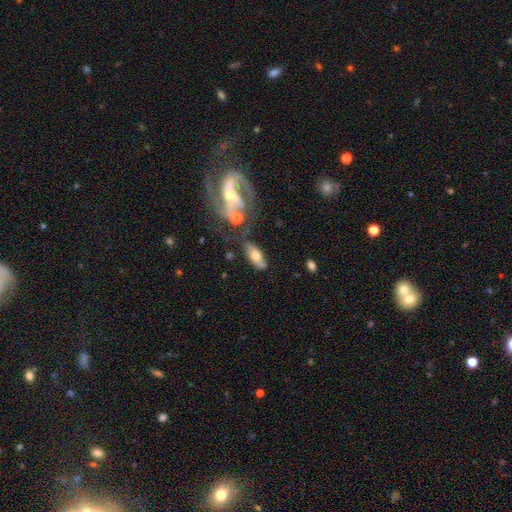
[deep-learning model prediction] smooth 53%, featured or disk 39%, star or artifact 8%. Down the decision tree: how rounded — in between (75%); merging — none (66%).